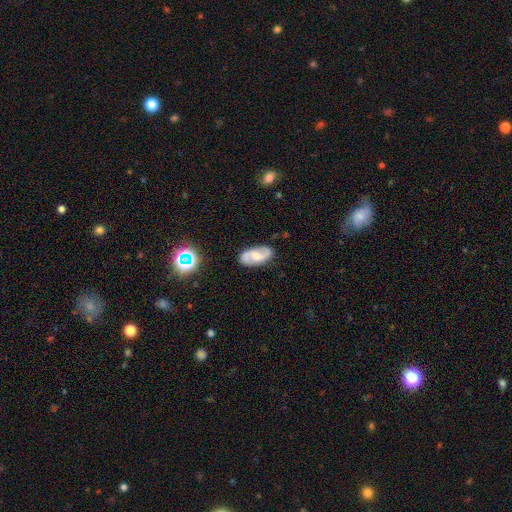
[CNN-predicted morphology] Overall: featured or disk (72%). Edge-on disk: no (96%). Bar: weak (48%; no 38%). Spiral arms: yes (93%). Spiral arm count: 2 (89%). Spiral winding: medium (47%; loose 34%). Bulge size: moderate (36%; small 34%). Merging: none (81%).